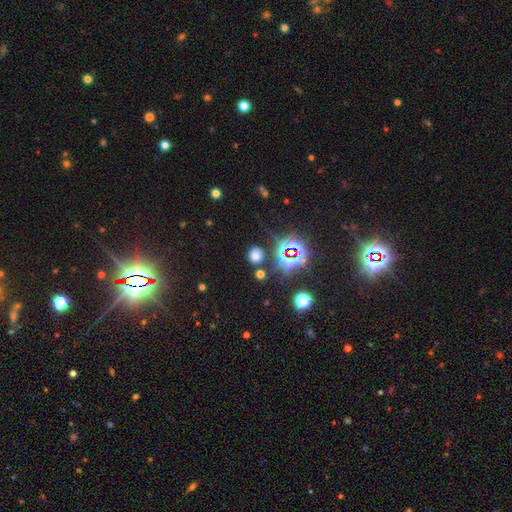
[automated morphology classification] Smooth or featured?
  - smooth: 57% *
  - star or artifact: 36%
  - featured or disk: 6%
How rounded?
  - round: 84% *
  - in between: 15%
  - cigar-shaped: 2%
Merging?
  - none: 83% *
  - minor disturbance: 9%
  - merger: 4%
  - major disturbance: 4%